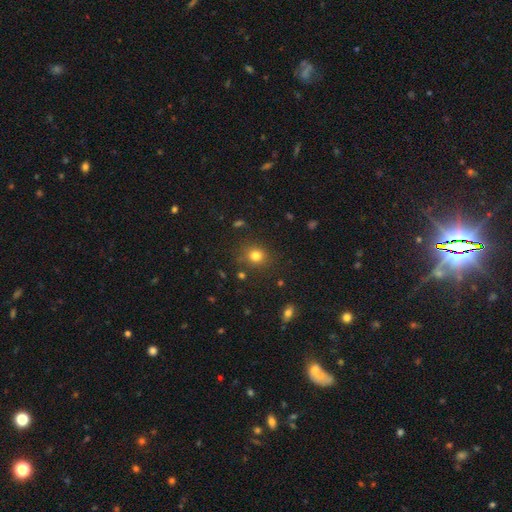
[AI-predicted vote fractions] This appears to be a smooth galaxy with no disk features (79%) that is round (79%). Merging: none (82%).